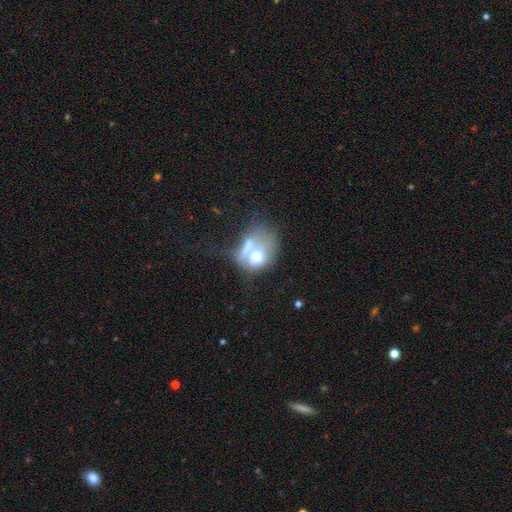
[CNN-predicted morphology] This is possibly a smooth galaxy (51%). How rounded: possibly in between (59%). Merging: marginally merger (44%).